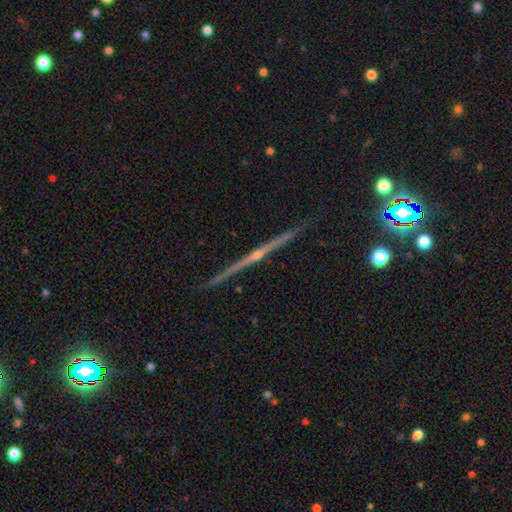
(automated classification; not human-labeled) Morphology: type=featured or disk (86%); edge-on=yes (98%); edge-on bulge=rounded (82%); merging=none (89%).